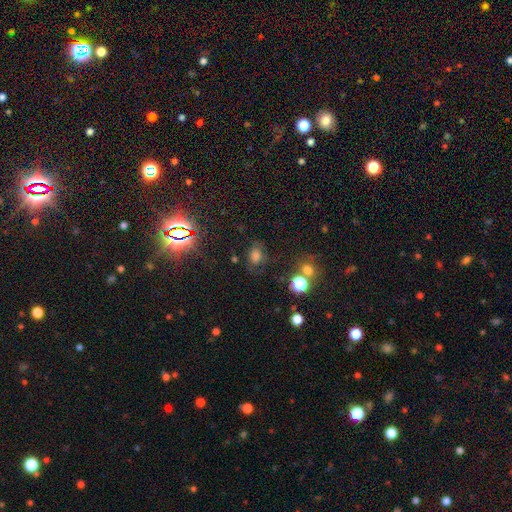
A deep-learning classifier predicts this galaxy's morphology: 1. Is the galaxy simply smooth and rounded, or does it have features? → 55% smooth, 30% star or artifact, 14% featured or disk.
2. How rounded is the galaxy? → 59% in between, 39% round, 2% cigar-shaped.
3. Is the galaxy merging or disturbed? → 63% none, 21% minor disturbance, 12% major disturbance, 4% merger.